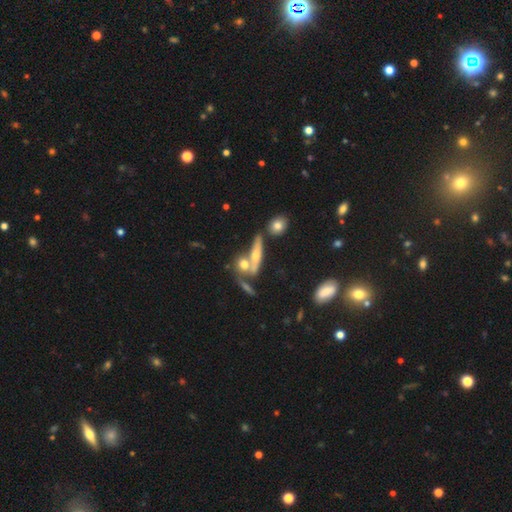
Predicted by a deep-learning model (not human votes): Overall: featured or disk (49%; smooth 41%). Merging: merger (41%; none 39%).